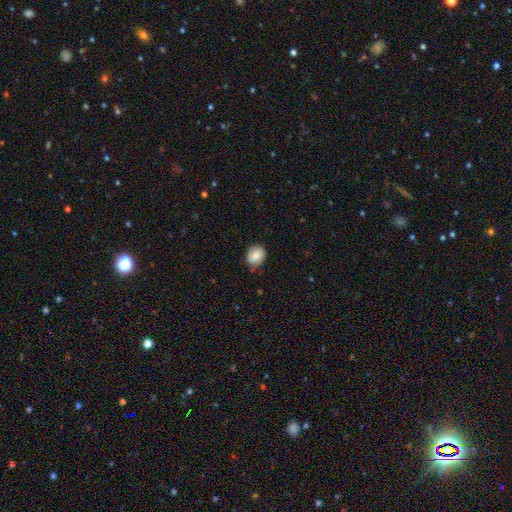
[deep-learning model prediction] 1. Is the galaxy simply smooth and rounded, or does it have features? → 83% smooth, 9% featured or disk, 8% star or artifact.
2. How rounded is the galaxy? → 66% round, 33% in between, 1% cigar-shaped.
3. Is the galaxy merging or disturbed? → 76% none, 19% minor disturbance, 3% major disturbance, 1% merger.